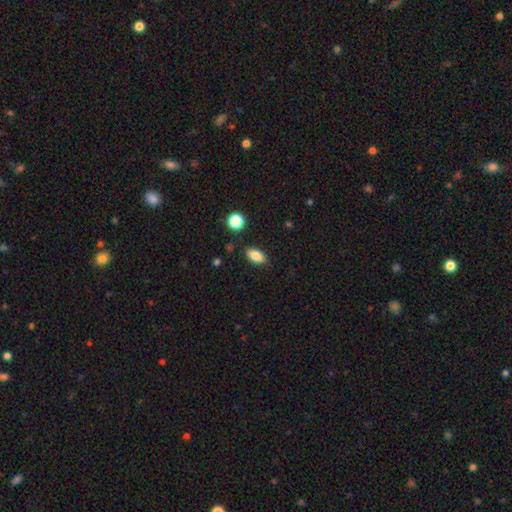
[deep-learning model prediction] Smooth or featured: smooth — 84% (star or artifact — 9%)
How rounded: in between — 88% (cigar-shaped — 6%)
Merging: none — 85% (minor disturbance — 11%)